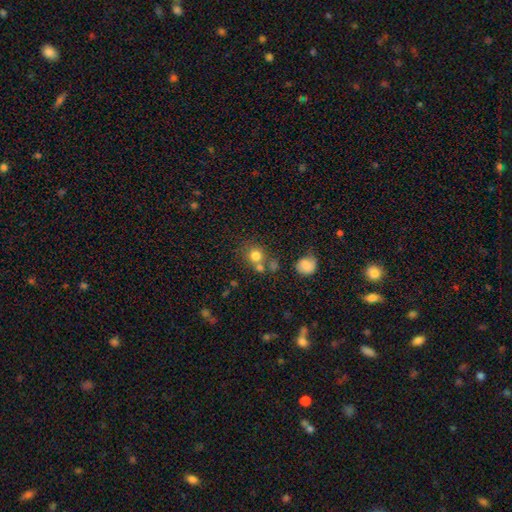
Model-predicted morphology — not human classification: Smooth or featured? Predicted: smooth (p=0.78). How rounded? Predicted: round (p=0.85). Merging? Predicted: none (p=0.58).